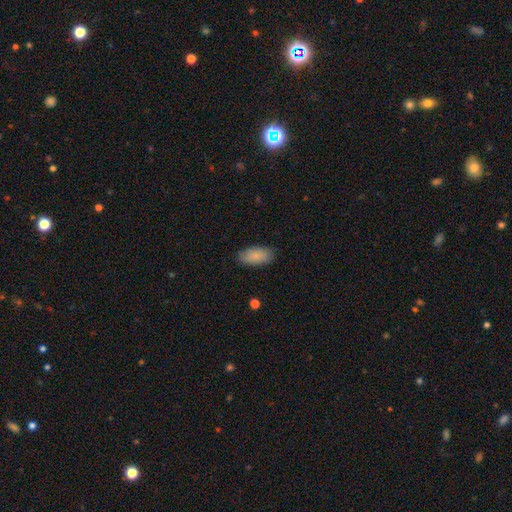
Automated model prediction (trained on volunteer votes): smooth_or_featured: smooth (p=0.84) [alt: featured or disk p=0.09]
how_rounded: in between (p=0.93) [alt: cigar-shaped p=0.04]
merging: none (p=0.84) [alt: minor disturbance p=0.13]